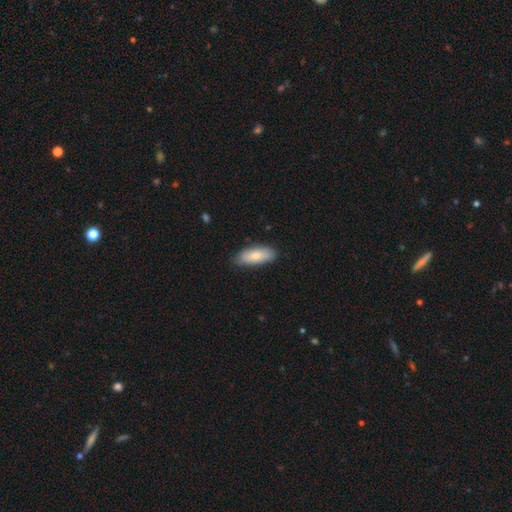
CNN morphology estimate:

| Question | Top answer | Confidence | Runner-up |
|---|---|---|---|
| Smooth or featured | smooth | 77% | featured or disk (17%) |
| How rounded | in between | 78% | cigar-shaped (19%) |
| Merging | none | 83% | minor disturbance (14%) |